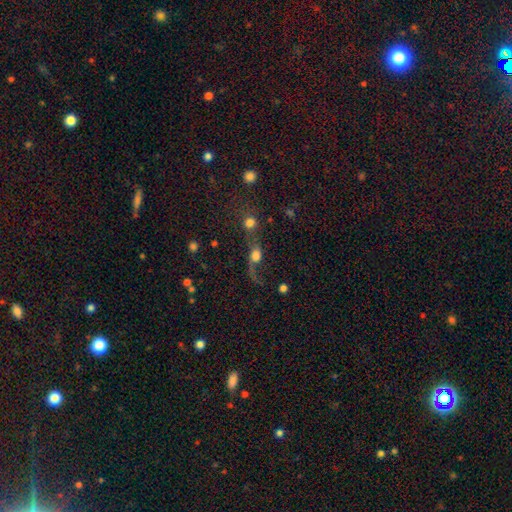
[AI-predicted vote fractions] A smooth galaxy with no disk features (51%) that is round (52%). Merging: merger (40%).